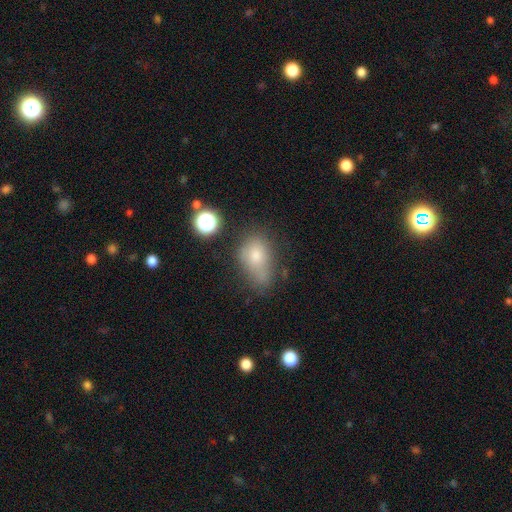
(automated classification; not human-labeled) Smooth or featured? smooth (70%)
How rounded? in between (76%)
Merging? none (43%)